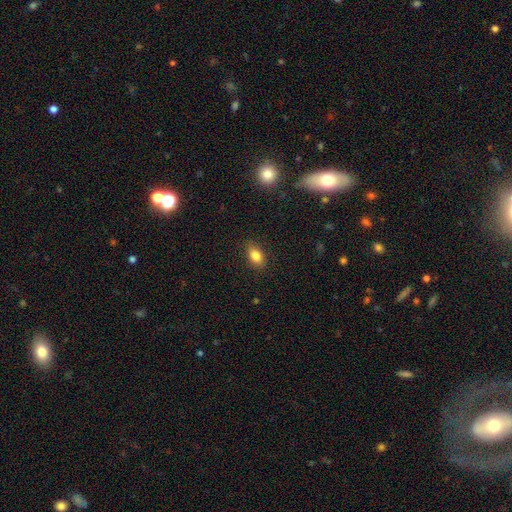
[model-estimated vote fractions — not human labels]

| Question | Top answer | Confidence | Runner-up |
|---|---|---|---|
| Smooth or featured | smooth | 82% | featured or disk (9%) |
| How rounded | in between | 87% | round (9%) |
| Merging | none | 86% | minor disturbance (11%) |